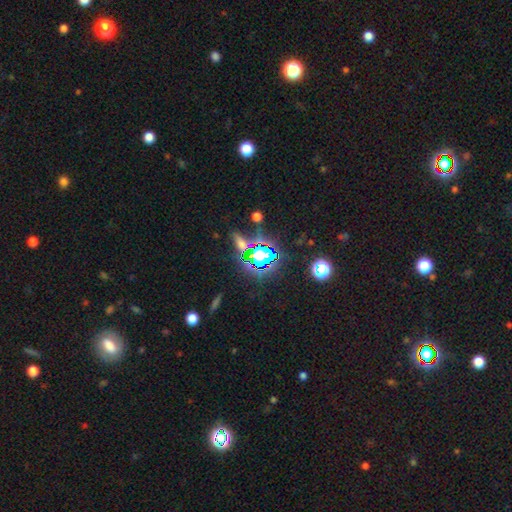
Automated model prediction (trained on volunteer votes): A star or artifact, not a galaxy (79%).